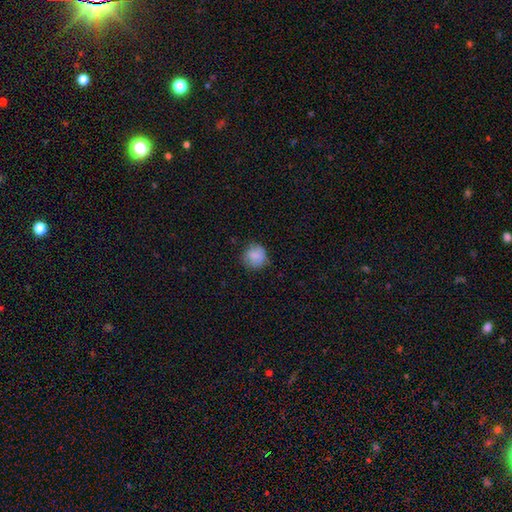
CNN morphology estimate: A smooth galaxy with no disk features (86%) that is round (90%).

Vote fractions:
- Smooth or featured? smooth: 86% / star or artifact: 7% / featured or disk: 7%
- How rounded? round: 90% / in between: 9% / cigar-shaped: 1%
- Merging? none: 78% / minor disturbance: 17% / major disturbance: 4% / merger: 1%